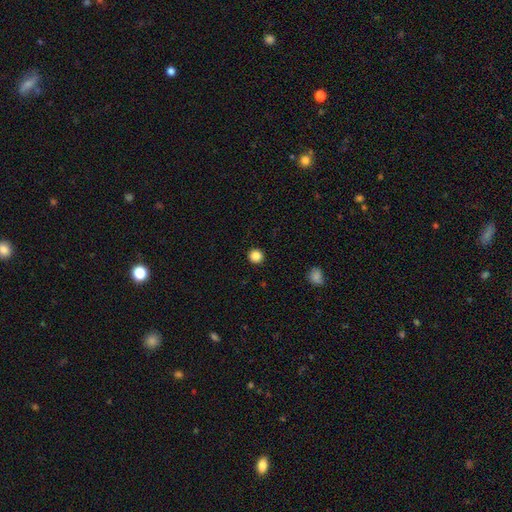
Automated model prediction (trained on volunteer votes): Smooth or featured? Predicted: smooth (p=0.86). How rounded? Predicted: round (p=0.95). Merging? Predicted: none (p=0.93).